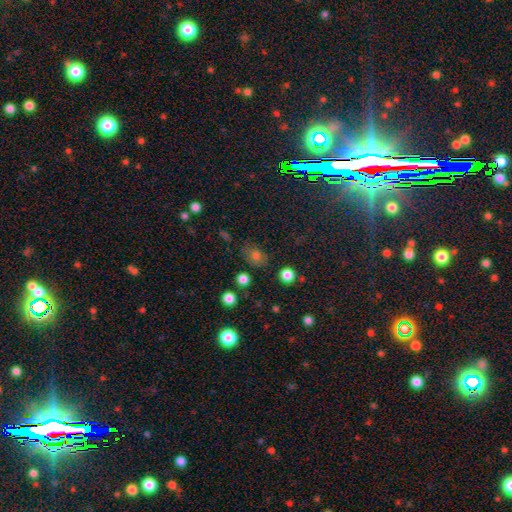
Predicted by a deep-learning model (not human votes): This appears to be a smooth galaxy with no disk features (67%) that is in between round and cigar-shaped (56%). Merging: none (76%).